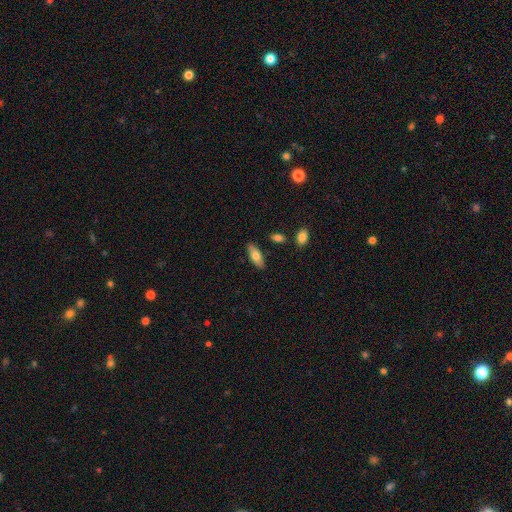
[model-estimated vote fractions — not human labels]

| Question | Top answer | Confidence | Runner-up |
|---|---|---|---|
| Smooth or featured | smooth | 73% | featured or disk (20%) |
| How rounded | in between | 78% | cigar-shaped (20%) |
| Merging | none | 85% | minor disturbance (10%) |